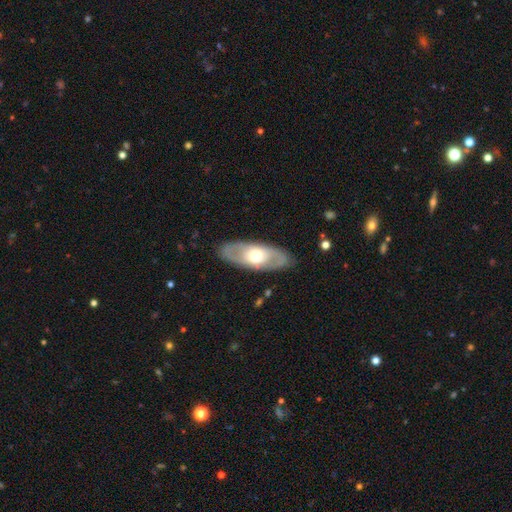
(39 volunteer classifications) Smooth or featured? featured or disk (59%)
Edge-on disk? no (87%)
Bar? no (85%)
Spiral arms? no (80%)
Bulge size? moderate (65%)
Merging? none (85%)